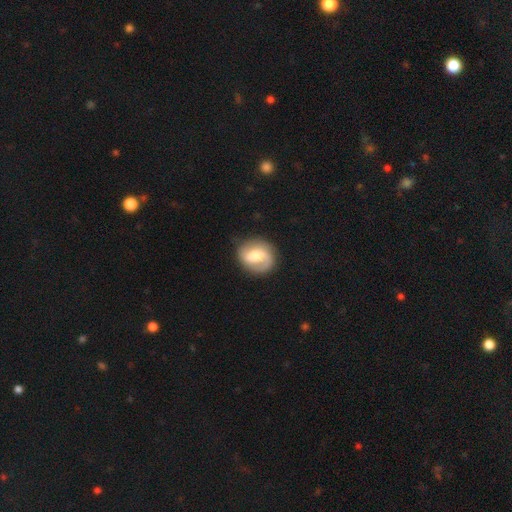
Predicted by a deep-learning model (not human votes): Smooth or featured: featured or disk — 64% (smooth — 30%)
Edge-on disk: no — 97% (yes — 3%)
Bar: weak — 49% (no — 29%)
Spiral arms: yes — 87% (no — 13%)
Spiral winding: medium — 42% (loose — 32%)
Spiral arm count: 2 — 71% (1 — 19%)
Bulge size: moderate — 60% (small — 21%)
Merging: none — 80% (minor disturbance — 13%)